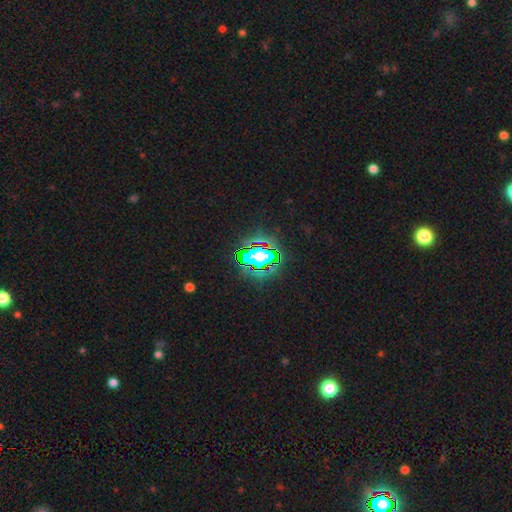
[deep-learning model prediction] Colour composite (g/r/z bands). It shows a star or artifact, not a galaxy (74%).